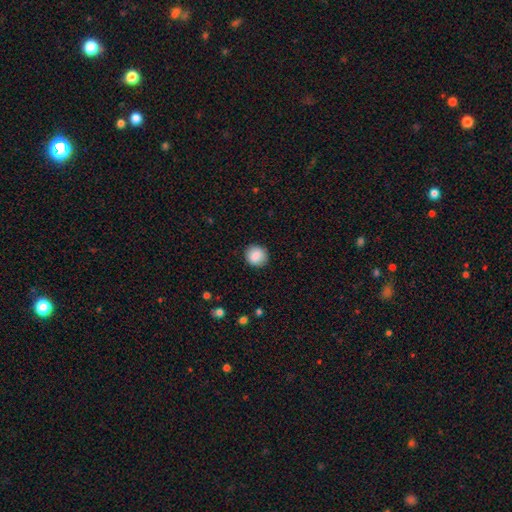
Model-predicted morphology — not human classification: type=smooth (87%); roundness=round (88%); merging=none (90%).